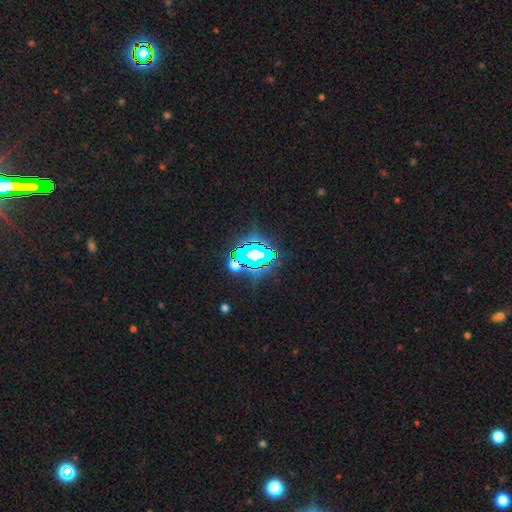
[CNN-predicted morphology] This is likely a star or artifact rather than a galaxy (69%).